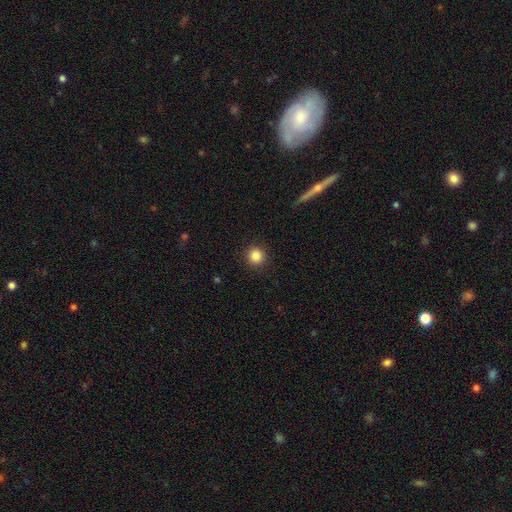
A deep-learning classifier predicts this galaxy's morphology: Q: Smooth or featured?
A: smooth (85%); runner-up: star or artifact (10%)
Q: How rounded?
A: round (94%); runner-up: in between (5%)
Q: Merging?
A: none (92%); runner-up: minor disturbance (5%)